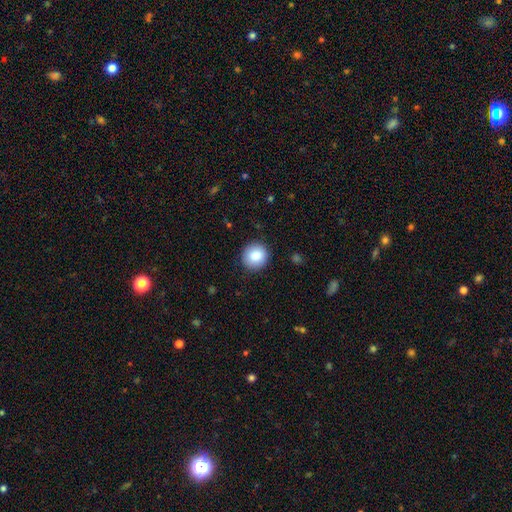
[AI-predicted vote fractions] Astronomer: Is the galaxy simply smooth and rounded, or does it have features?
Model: smooth — 86%.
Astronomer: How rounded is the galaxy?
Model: round — 91%.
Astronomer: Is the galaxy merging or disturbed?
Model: none — 90%.